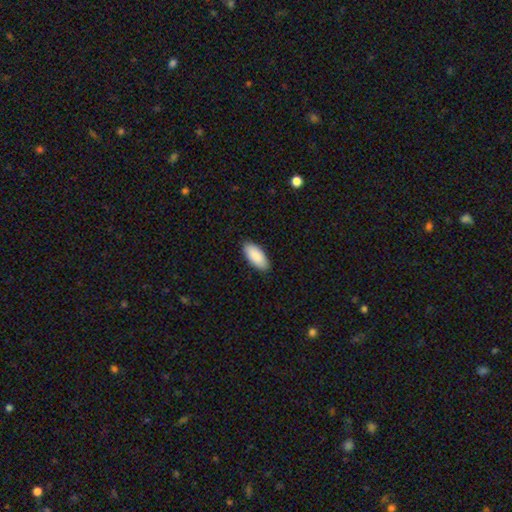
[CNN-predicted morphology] A smooth galaxy with no disk features (91%) that is in between round and cigar-shaped (91%). Merging: none (89%).